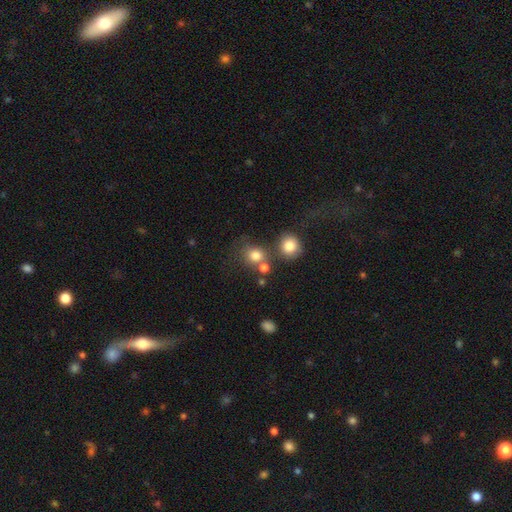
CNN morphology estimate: smooth_or_featured: smooth (p=0.78) [alt: star or artifact p=0.13]
how_rounded: round (p=0.80) [alt: in between p=0.19]
merging: none (p=0.54) [alt: merger p=0.26]